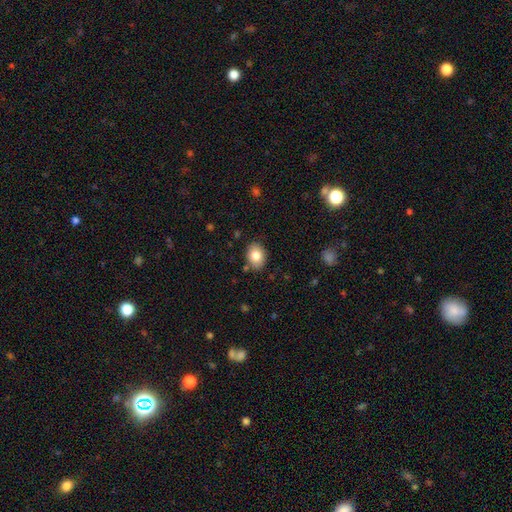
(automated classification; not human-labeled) This is clearly a smooth galaxy (82%). How rounded: likely in between (73%). Merging: clearly none (85%).